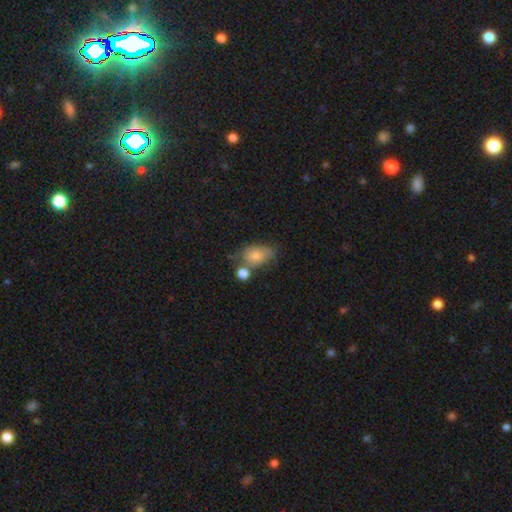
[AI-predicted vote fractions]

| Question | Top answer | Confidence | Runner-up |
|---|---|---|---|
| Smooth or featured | smooth | 76% | featured or disk (14%) |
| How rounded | in between | 83% | round (15%) |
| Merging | none | 44% | minor disturbance (25%) |